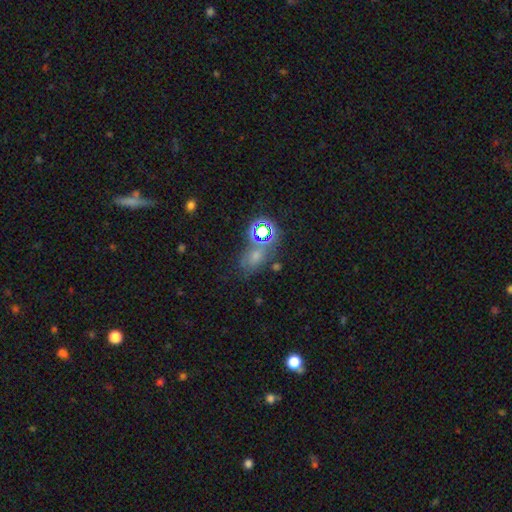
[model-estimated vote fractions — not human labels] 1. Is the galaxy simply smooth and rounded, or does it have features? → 51% smooth, 35% star or artifact, 14% featured or disk.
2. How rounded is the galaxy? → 67% in between, 30% round, 2% cigar-shaped.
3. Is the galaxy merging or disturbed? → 52% none, 20% minor disturbance, 18% merger, 11% major disturbance.